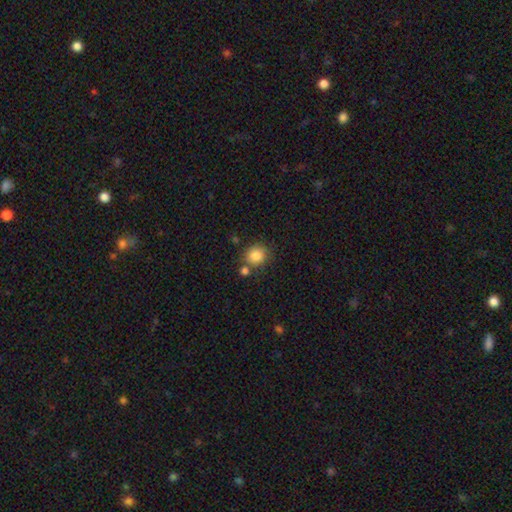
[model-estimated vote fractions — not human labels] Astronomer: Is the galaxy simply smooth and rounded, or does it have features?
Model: smooth — 85%.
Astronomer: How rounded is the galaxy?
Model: round — 80%.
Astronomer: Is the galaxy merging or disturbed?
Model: none — 70%.